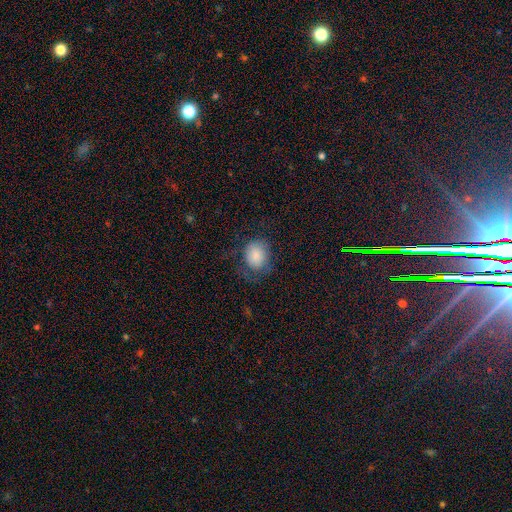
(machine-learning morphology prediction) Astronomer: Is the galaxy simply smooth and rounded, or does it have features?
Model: smooth — 79%.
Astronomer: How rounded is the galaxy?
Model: round — 53% (runner-up: in between, 46%).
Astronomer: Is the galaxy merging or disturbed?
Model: none — 52%.